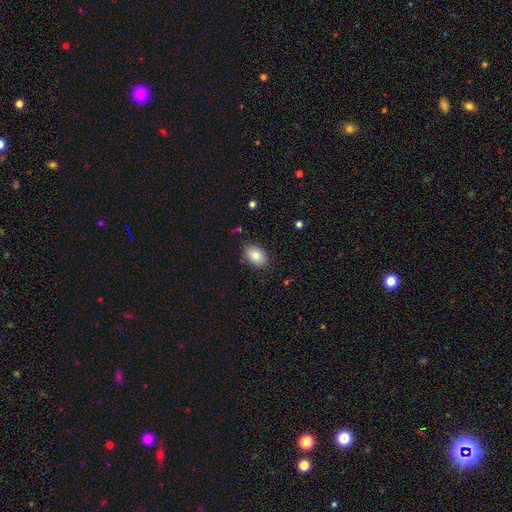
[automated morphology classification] Smooth or featured: smooth — 82% (featured or disk — 10%)
How rounded: in between — 82% (round — 17%)
Merging: none — 86% (minor disturbance — 11%)